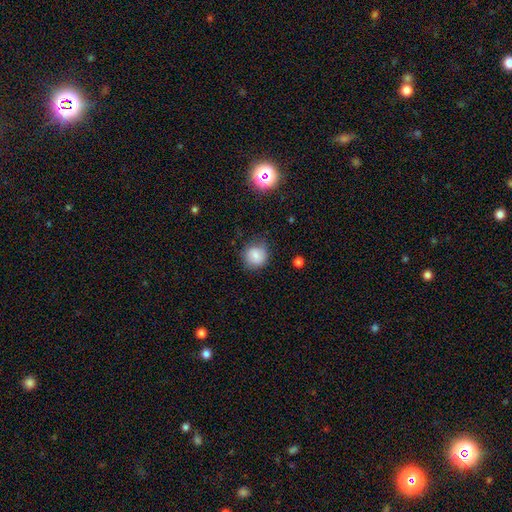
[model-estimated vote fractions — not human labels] This is clearly a smooth galaxy (81%). How rounded: clearly round (88%). Merging: likely none (77%).